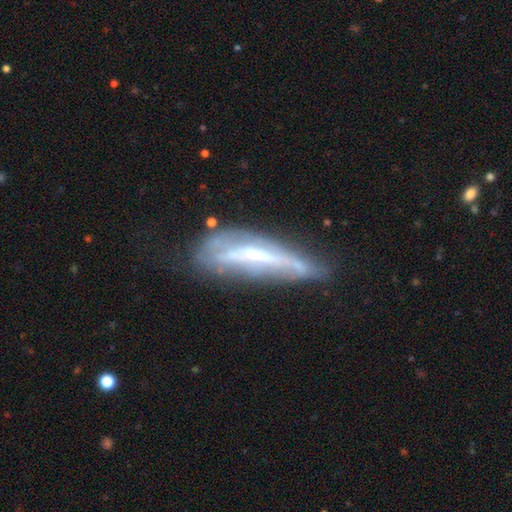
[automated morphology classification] smooth-or-featured: featured or disk: 64% | smooth: 27% | star or artifact: 8%
  disk-edge-on: yes: 56% | no: 44%
  merging: none: 48% | minor disturbance: 30% | major disturbance: 16% | merger: 5%